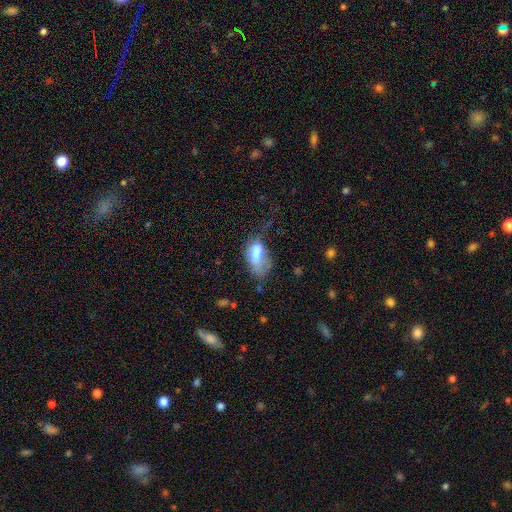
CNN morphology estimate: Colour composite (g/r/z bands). It shows a smooth galaxy with no disk features (67%) that is in between round and cigar-shaped (89%). Merging: major disturbance (39%).